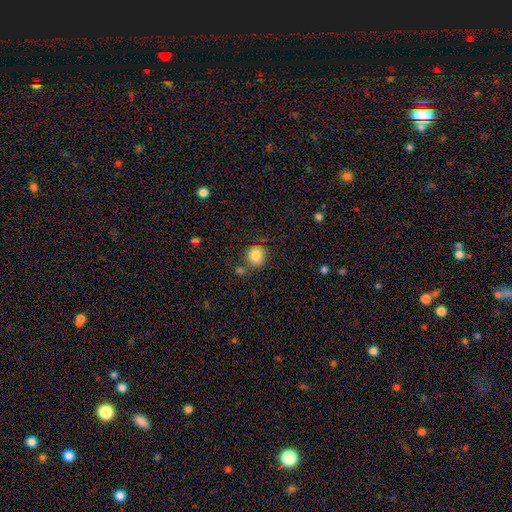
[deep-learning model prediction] Q: Smooth or featured?
A: smooth (84%); runner-up: star or artifact (10%)
Q: How rounded?
A: round (85%); runner-up: in between (14%)
Q: Merging?
A: none (70%); runner-up: minor disturbance (15%)